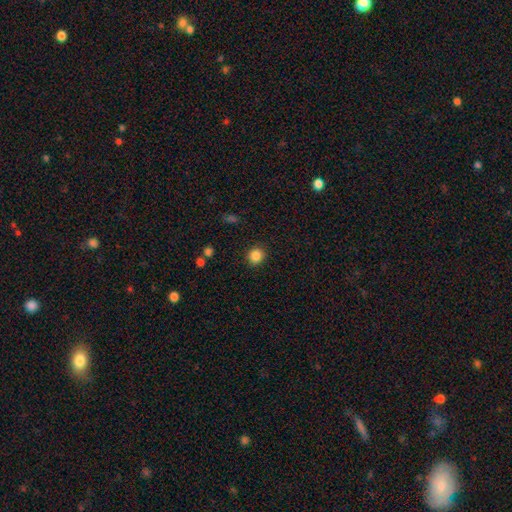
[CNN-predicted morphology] Q: Smooth or featured?
A: smooth (85%); runner-up: star or artifact (11%)
Q: How rounded?
A: round (87%); runner-up: in between (12%)
Q: Merging?
A: none (90%); runner-up: minor disturbance (6%)